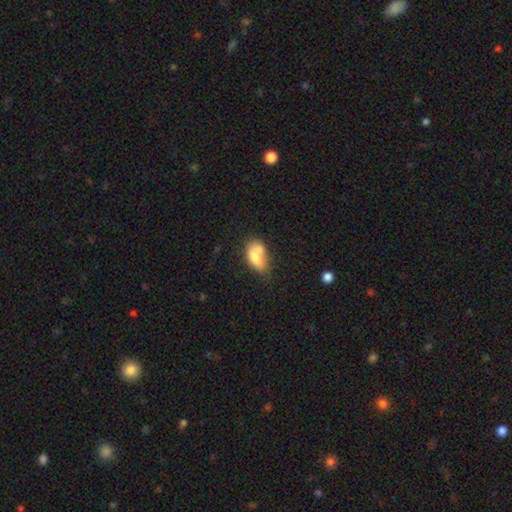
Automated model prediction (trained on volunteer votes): A smooth galaxy with no disk features (71%) that is in between round and cigar-shaped (86%).

Vote fractions:
- Smooth or featured? smooth: 71% / featured or disk: 20% / star or artifact: 9%
- How rounded? in between: 86% / round: 11% / cigar-shaped: 3%
- Merging? merger: 33% / none: 27% / minor disturbance: 26% / major disturbance: 13%